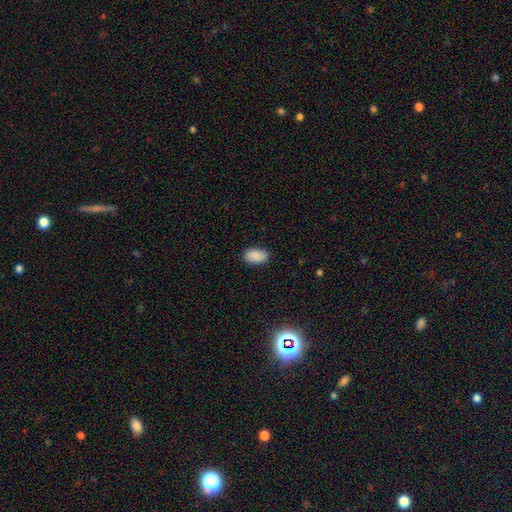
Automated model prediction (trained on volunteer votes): Smooth or featured? Predicted: smooth (p=0.89). How rounded? Predicted: in between (p=0.93). Merging? Predicted: none (p=0.82).